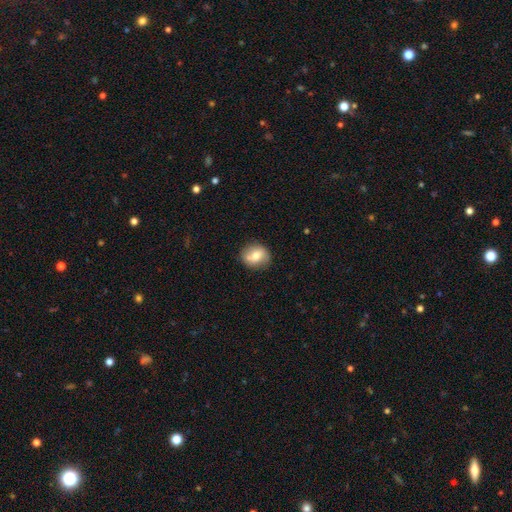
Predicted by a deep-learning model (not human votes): Smooth or featured? smooth (66%)
How rounded? round (68%)
Merging? none (80%)